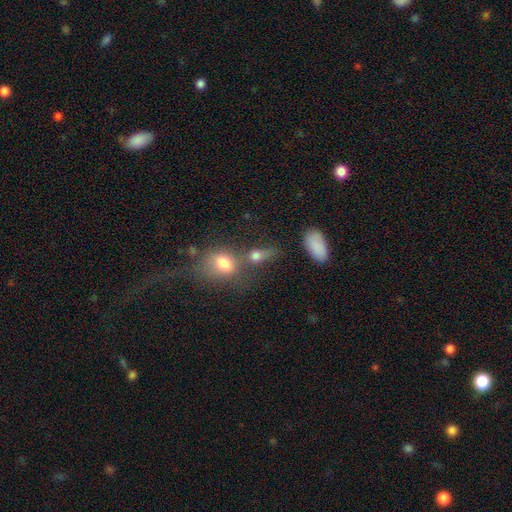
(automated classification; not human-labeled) smooth_or_featured: smooth (p=0.71) [alt: star or artifact p=0.15]
how_rounded: in between (p=0.51) [alt: round p=0.41]
merging: none (p=0.41) [alt: merger p=0.36]